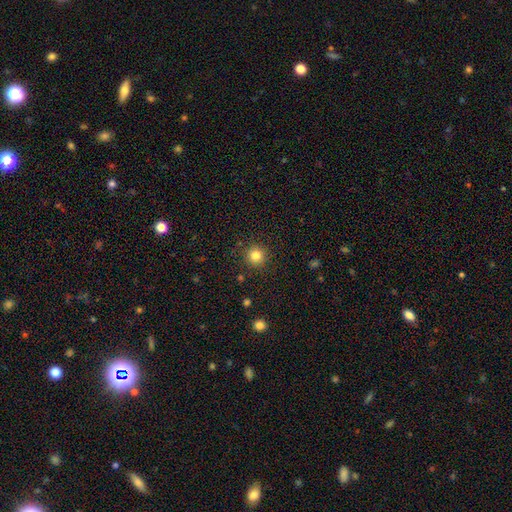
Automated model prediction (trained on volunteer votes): smooth 82%, star or artifact 12%, featured or disk 6%. Down the decision tree: how rounded — round (95%); merging — none (90%).